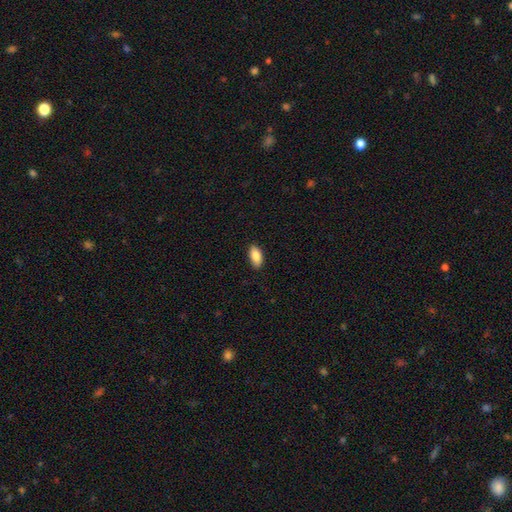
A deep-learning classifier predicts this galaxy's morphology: A smooth galaxy with no disk features (85%) that is in between round and cigar-shaped (90%). Merging: none (86%).